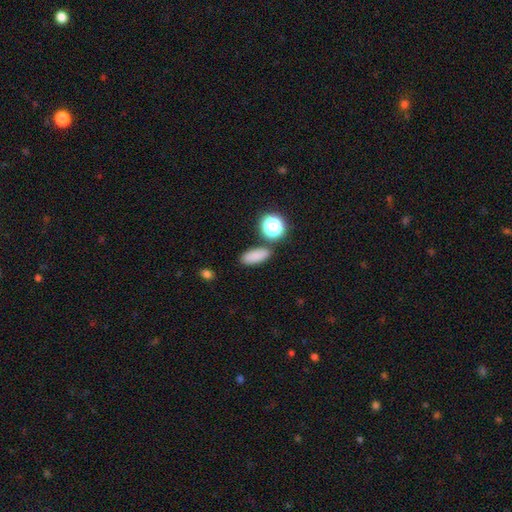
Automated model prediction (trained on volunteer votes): Smooth or featured? Predicted: smooth (p=0.81). How rounded? Predicted: in between (p=0.74). Merging? Predicted: none (p=0.81).